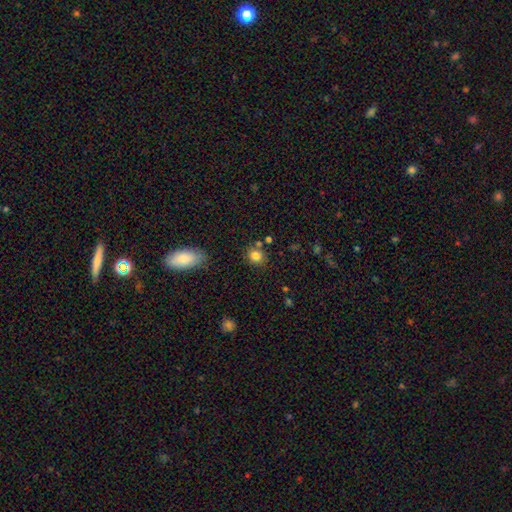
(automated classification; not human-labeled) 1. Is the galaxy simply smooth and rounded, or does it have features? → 82% smooth, 11% star or artifact, 7% featured or disk.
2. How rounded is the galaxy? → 77% round, 22% in between, 1% cigar-shaped.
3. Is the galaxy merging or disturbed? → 77% none, 11% minor disturbance, 8% merger, 3% major disturbance.